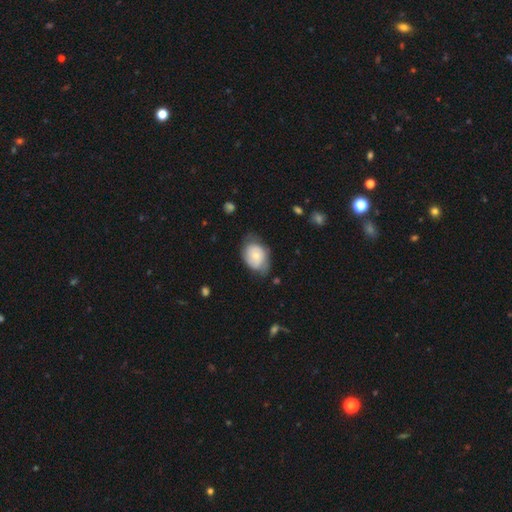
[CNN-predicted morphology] smooth 57%, featured or disk 36%, star or artifact 7%. Down the decision tree: how rounded — in between (70%); merging — none (53%).